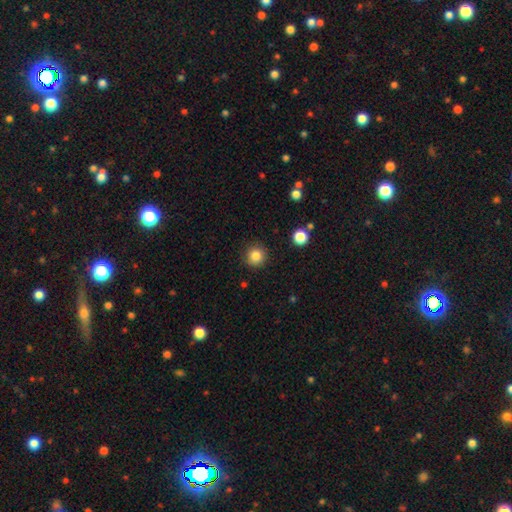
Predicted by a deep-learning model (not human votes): This appears to be a smooth galaxy with no disk features (84%) that is round (94%). Merging: none (89%).